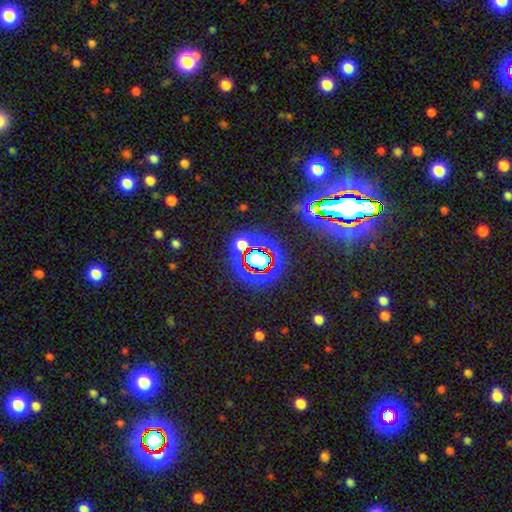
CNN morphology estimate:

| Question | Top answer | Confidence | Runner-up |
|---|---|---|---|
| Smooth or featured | star or artifact | 67% | smooth (23%) |